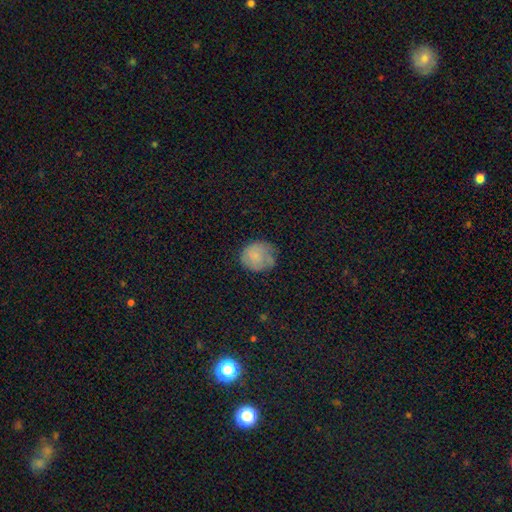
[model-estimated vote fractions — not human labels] Smooth or featured?
  - smooth: 71% *
  - featured or disk: 20%
  - star or artifact: 9%
How rounded?
  - round: 79% *
  - in between: 20%
  - cigar-shaped: 1%
Merging?
  - none: 54% *
  - minor disturbance: 32%
  - major disturbance: 12%
  - merger: 2%